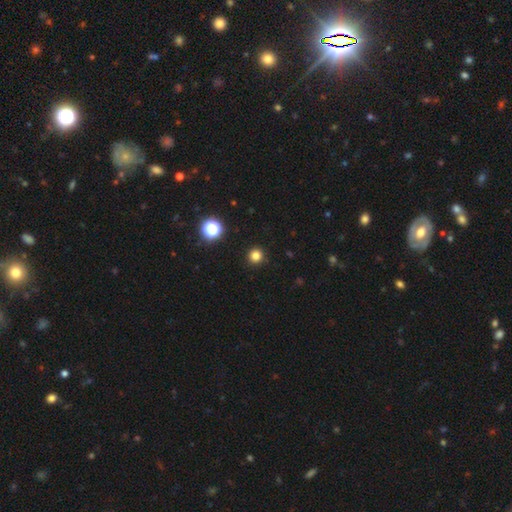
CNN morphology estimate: smooth 81%, star or artifact 15%, featured or disk 4%. Down the decision tree: how rounded — round (95%); merging — none (93%).